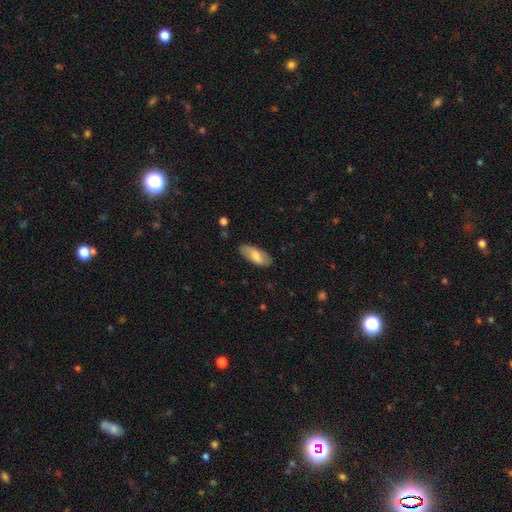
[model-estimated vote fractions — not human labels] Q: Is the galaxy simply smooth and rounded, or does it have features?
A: smooth — 71%.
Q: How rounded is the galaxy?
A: in between — 86%.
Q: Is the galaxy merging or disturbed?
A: none — 83%.